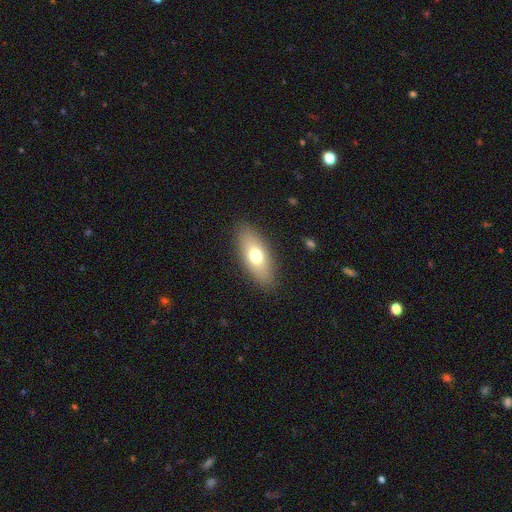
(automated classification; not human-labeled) Morphology: type=smooth (68%); roundness=in between (78%); merging=none (87%).